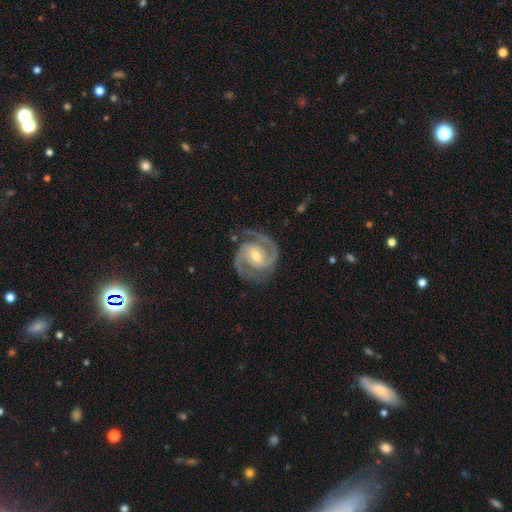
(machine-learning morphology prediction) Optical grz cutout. It shows a featured or disk galaxy (92%) with a weak bar (47%), 2 (92%) medium (48%) spiral arms (98%) and a moderate central bulge (60%). Merging: none (81%).